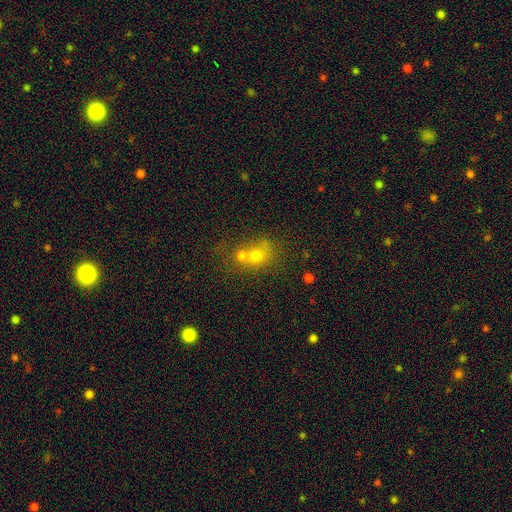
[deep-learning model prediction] Smooth or featured?
  - smooth: 65% *
  - featured or disk: 17%
  - star or artifact: 17%
How rounded?
  - round: 70% *
  - in between: 29%
  - cigar-shaped: 1%
Merging?
  - merger: 56% *
  - none: 31%
  - minor disturbance: 8%
  - major disturbance: 5%